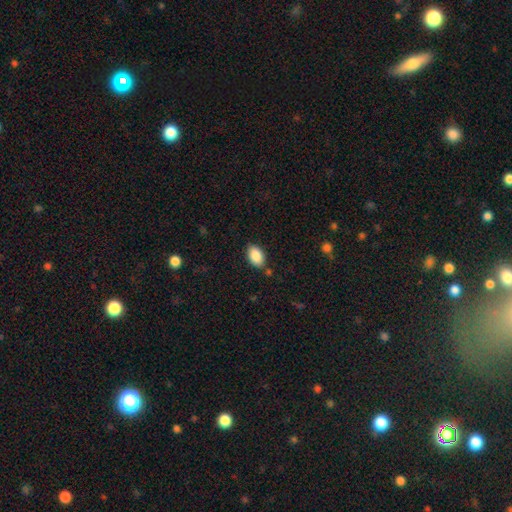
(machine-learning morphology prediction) Smooth or featured?
  - smooth: 88% *
  - star or artifact: 7%
  - featured or disk: 5%
How rounded?
  - in between: 91% *
  - round: 8%
  - cigar-shaped: 1%
Merging?
  - none: 85% *
  - minor disturbance: 10%
  - major disturbance: 2%
  - merger: 2%